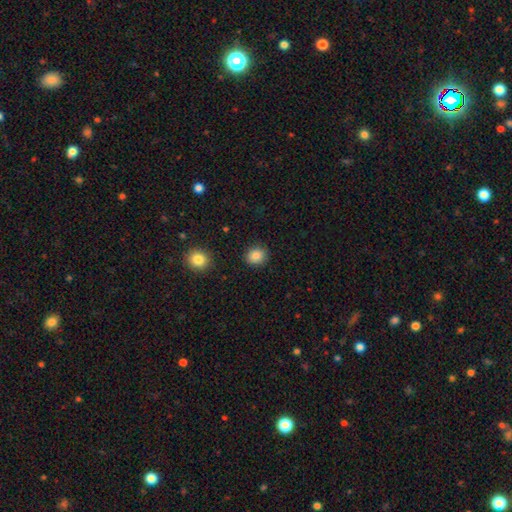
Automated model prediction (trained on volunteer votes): Morphology: type=smooth (87%); roundness=round (74%); merging=none (88%).